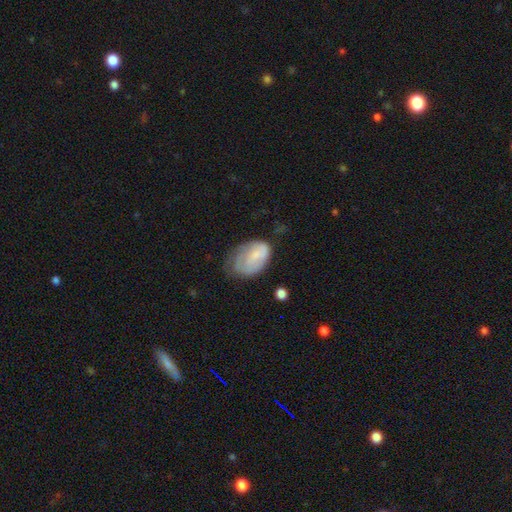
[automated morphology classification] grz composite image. It shows a smooth galaxy with no disk features (60%) that is in between round and cigar-shaped (86%). Merging: minor disturbance (38%).